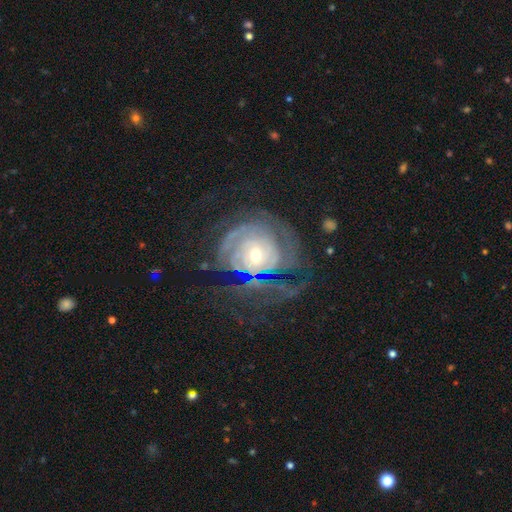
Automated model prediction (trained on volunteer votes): smooth-or-featured: featured or disk: 84% | smooth: 9% | star or artifact: 7%
  disk-edge-on: no: 97% | yes: 3%
    bar: no: 66% | weak: 26% | strong: 8%
    has-spiral-arms: yes: 89% | no: 11%
      spiral-winding: tight: 69% | medium: 22% | loose: 9%
      spiral-arm-count: can't tell: 44% | 2: 19% | 3: 14% | 4: 10% | more than 4: 7% | 1: 7%
    bulge-size: moderate: 48% | small: 47% | large: 3% | none: 1% | dominant: 1%
  merging: none: 51% | major disturbance: 28% | minor disturbance: 18% | merger: 3%